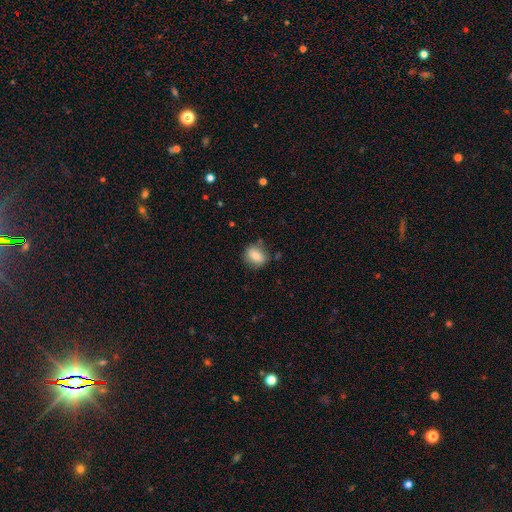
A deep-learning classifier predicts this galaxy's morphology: Smooth or featured?
  - smooth: 82% *
  - featured or disk: 10%
  - star or artifact: 8%
How rounded?
  - in between: 52% *
  - round: 47%
  - cigar-shaped: 2%
Merging?
  - none: 79% *
  - minor disturbance: 15%
  - major disturbance: 4%
  - merger: 3%